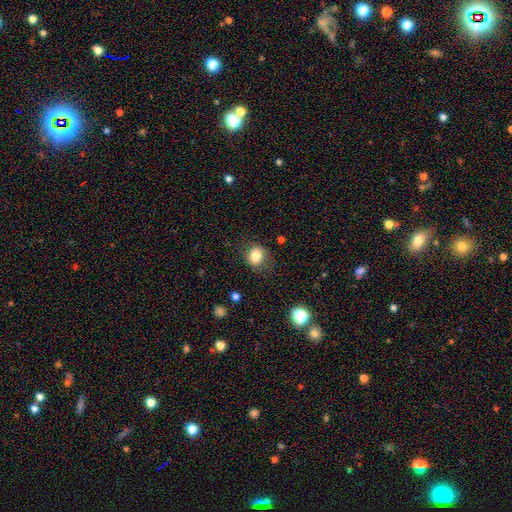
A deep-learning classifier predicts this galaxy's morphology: This is clearly a smooth galaxy (81%). How rounded: likely round (75%). Merging: likely none (78%).